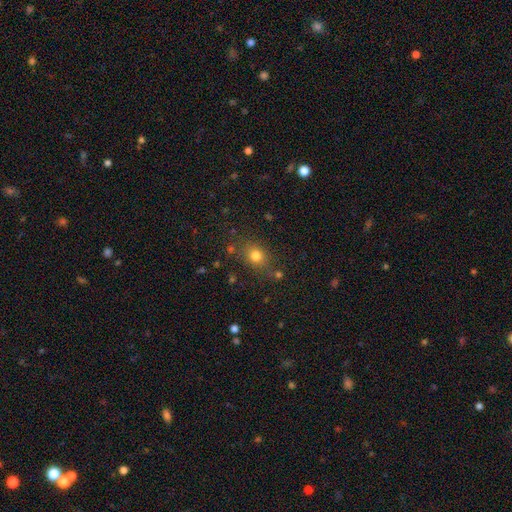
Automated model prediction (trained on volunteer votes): Smooth or featured: smooth — 77% (star or artifact — 15%)
How rounded: round — 61% (in between — 38%)
Merging: none — 75% (minor disturbance — 14%)